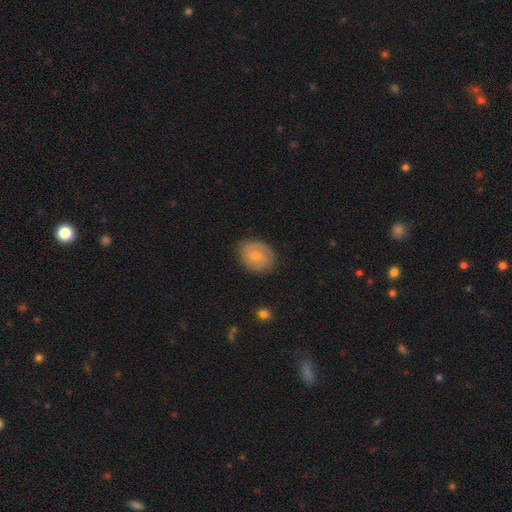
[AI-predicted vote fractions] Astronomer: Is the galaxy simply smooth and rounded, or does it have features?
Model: featured or disk — 47% (runner-up: smooth, 46%).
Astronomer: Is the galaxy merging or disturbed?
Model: none — 77%.